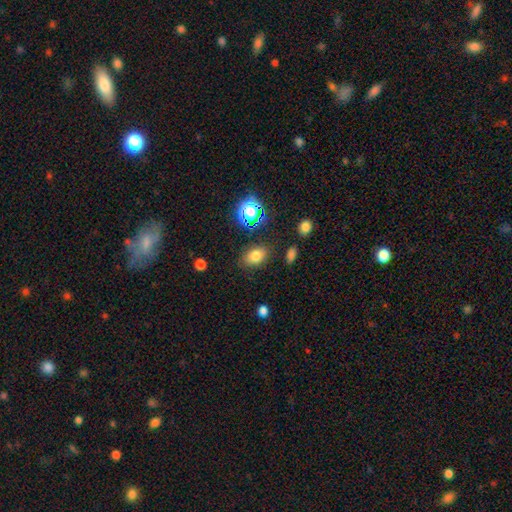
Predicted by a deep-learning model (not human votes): Overall: smooth (75%). How rounded: in between (76%). Merging: none (82%).